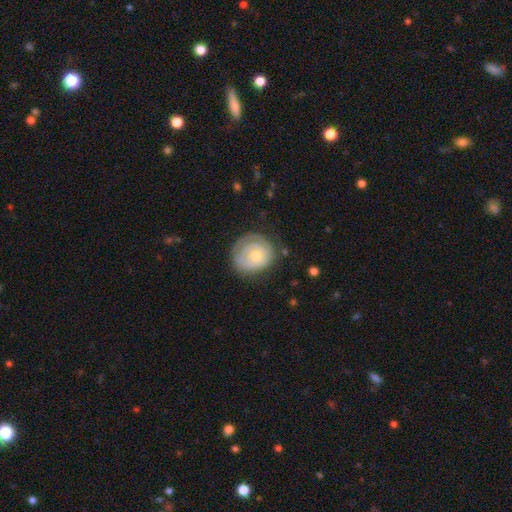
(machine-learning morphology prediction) Smooth or featured?
  - featured or disk: 59% *
  - smooth: 35%
  - star or artifact: 6%
Edge-on disk?
  - no: 97% *
  - yes: 3%
Bar?
  - no: 82% *
  - weak: 15%
  - strong: 2%
Spiral arms?
  - yes: 72% *
  - no: 28%
Bulge size?
  - moderate: 55% *
  - small: 40%
  - large: 3%
  - none: 1%
  - dominant: 1%
Merging?
  - none: 66% *
  - minor disturbance: 22%
  - major disturbance: 10%
  - merger: 2%